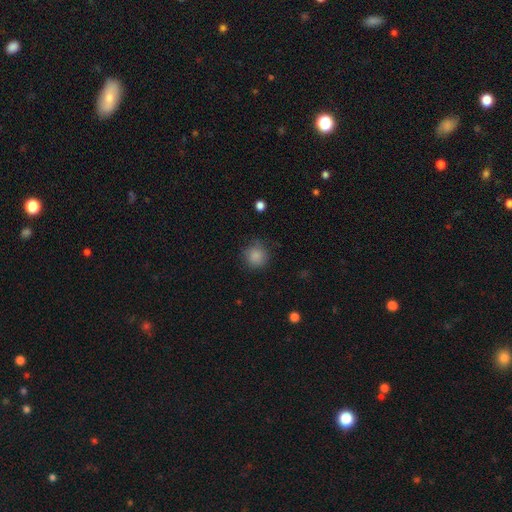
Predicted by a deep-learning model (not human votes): Smooth or featured?
  - smooth: 84% *
  - star or artifact: 10%
  - featured or disk: 5%
How rounded?
  - round: 91% *
  - in between: 8%
  - cigar-shaped: 1%
Merging?
  - none: 76% *
  - minor disturbance: 17%
  - major disturbance: 5%
  - merger: 1%